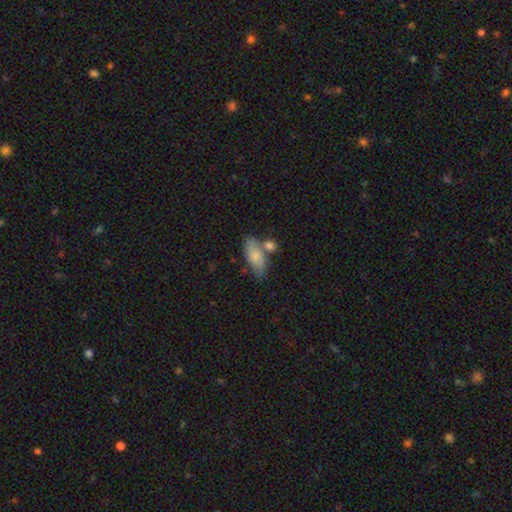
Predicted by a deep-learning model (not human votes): Smooth or featured: smooth — 68% (featured or disk — 25%)
How rounded: in between — 83% (cigar-shaped — 12%)
Merging: none — 49% (merger — 24%)